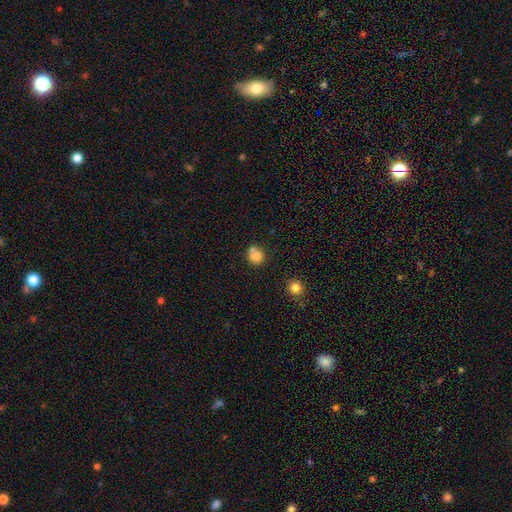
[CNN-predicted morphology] This is likely a smooth galaxy (72%). How rounded: likely round (76%). Merging: marginally none (42%).